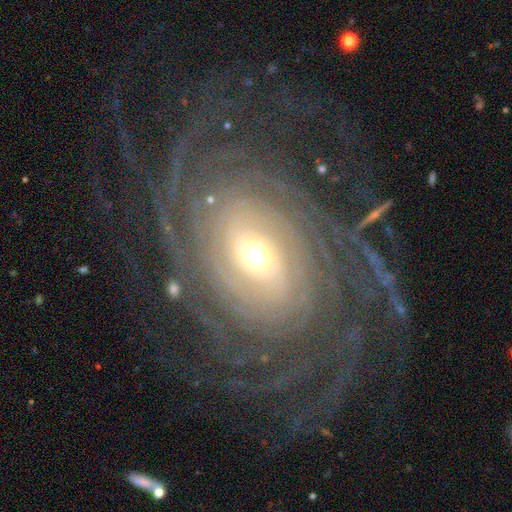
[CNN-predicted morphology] The model was most divided on "spiral arm count": more than 4: 31%, can't tell: 24%, 4: 14%, 2: 12%, 3: 11%, 1: 9%. Remaining: spiral arms — yes (98%); edge-on disk — no (97%); smooth or featured — featured or disk (90%); spiral winding — tight (77%); merging — none (75%); bulge size — moderate (54%); bar — no (46%).